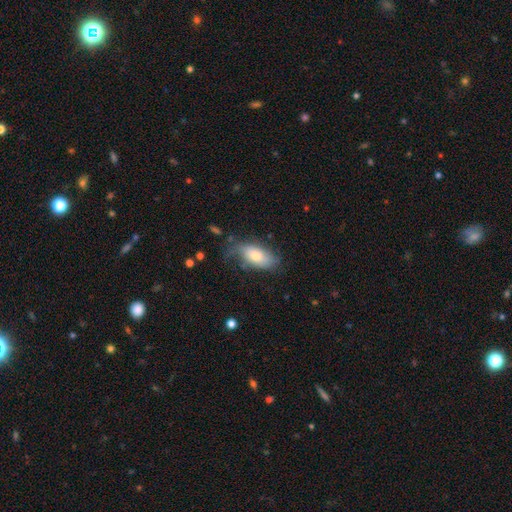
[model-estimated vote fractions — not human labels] Smooth or featured?
  - smooth: 71% *
  - featured or disk: 22%
  - star or artifact: 7%
How rounded?
  - in between: 89% *
  - cigar-shaped: 8%
  - round: 3%
Merging?
  - none: 54% *
  - minor disturbance: 30%
  - major disturbance: 13%
  - merger: 3%